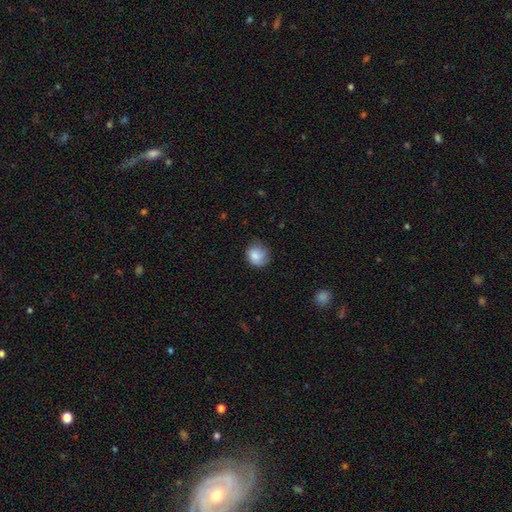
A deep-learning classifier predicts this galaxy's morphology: This appears to be a smooth galaxy with no disk features (81%) that is round (79%). Merging: none (66%).